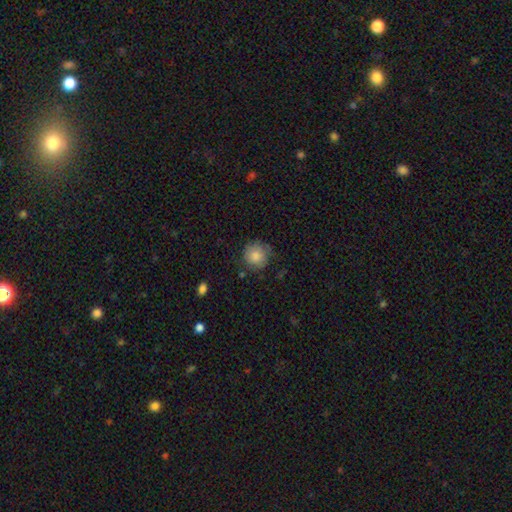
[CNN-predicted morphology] Smooth or featured? smooth (83%)
How rounded? round (91%)
Merging? none (72%)